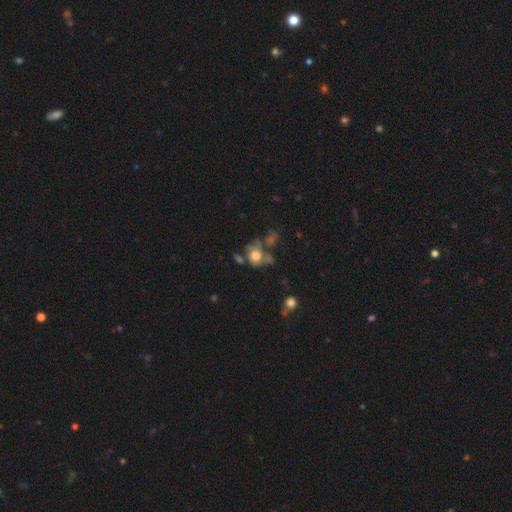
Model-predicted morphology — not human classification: Smooth or featured?
  - smooth: 66% *
  - featured or disk: 22%
  - star or artifact: 12%
How rounded?
  - round: 62% *
  - in between: 37%
  - cigar-shaped: 1%
Merging?
  - none: 35% *
  - merger: 28%
  - major disturbance: 19%
  - minor disturbance: 18%